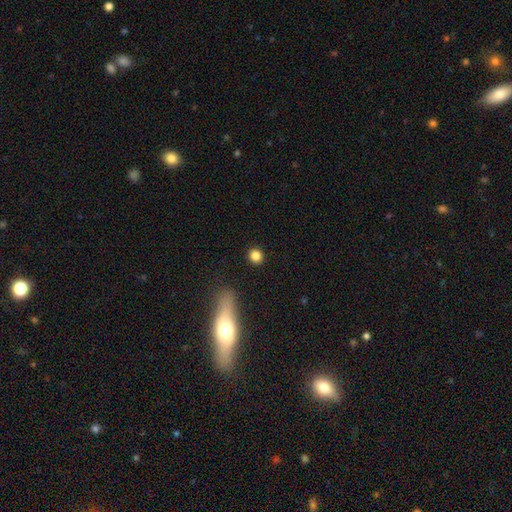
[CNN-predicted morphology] Smooth or featured? smooth (84%)
How rounded? round (87%)
Merging? none (90%)